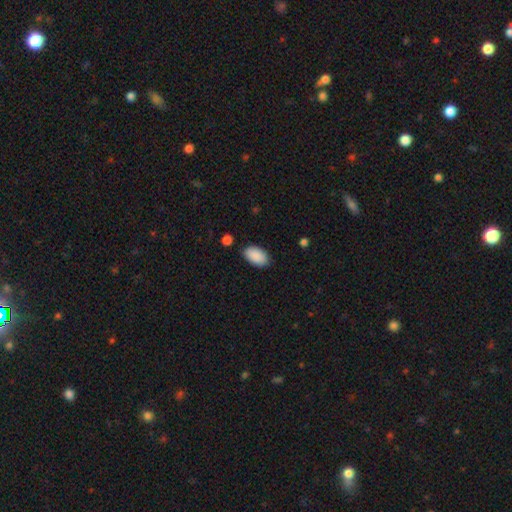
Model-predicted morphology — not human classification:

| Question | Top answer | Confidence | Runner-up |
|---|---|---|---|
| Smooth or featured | smooth | 90% | star or artifact (6%) |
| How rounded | in between | 95% | round (4%) |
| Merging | none | 84% | minor disturbance (12%) |